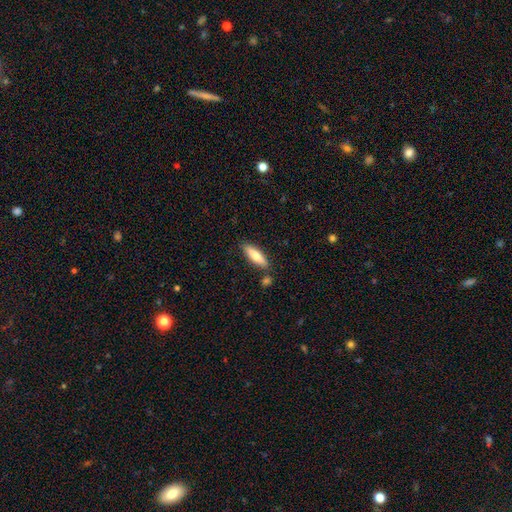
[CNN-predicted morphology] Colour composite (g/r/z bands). It shows a smooth galaxy with no disk features (68%) that is cigar-shaped (61%). Merging: none (83%).